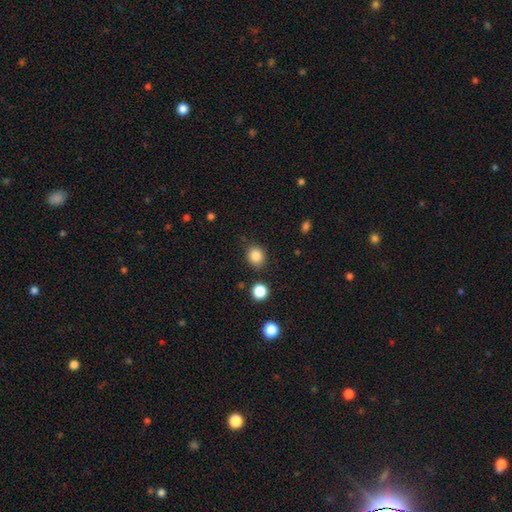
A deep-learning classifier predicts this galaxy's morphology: Smooth or featured: smooth — 85% (star or artifact — 10%)
How rounded: round — 73% (in between — 26%)
Merging: none — 82% (minor disturbance — 11%)